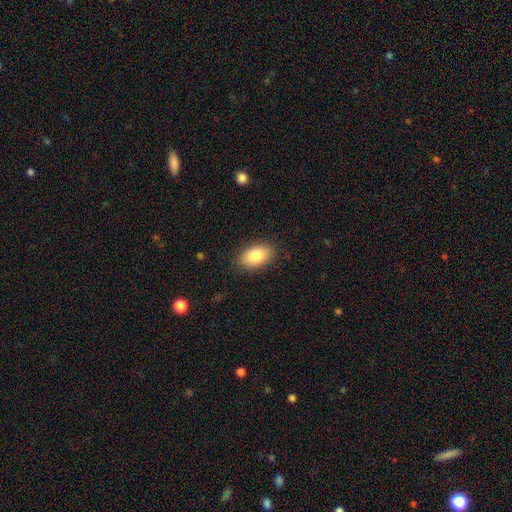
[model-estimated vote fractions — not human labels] Smooth or featured? Predicted: smooth (p=0.84). How rounded? Predicted: in between (p=0.92). Merging? Predicted: none (p=0.86).